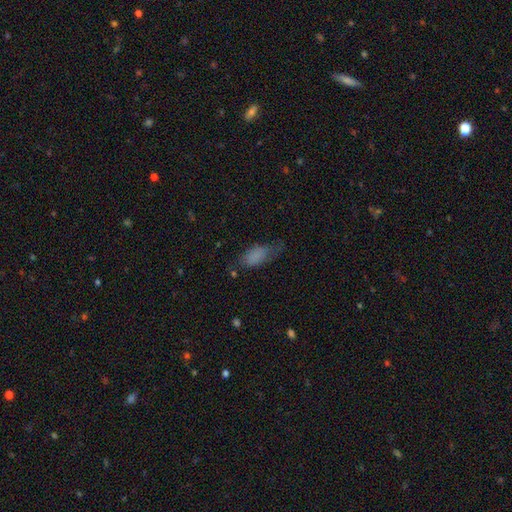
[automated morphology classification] This is likely a smooth galaxy (78%). How rounded: clearly in between (81%). Merging: possibly none (49%).